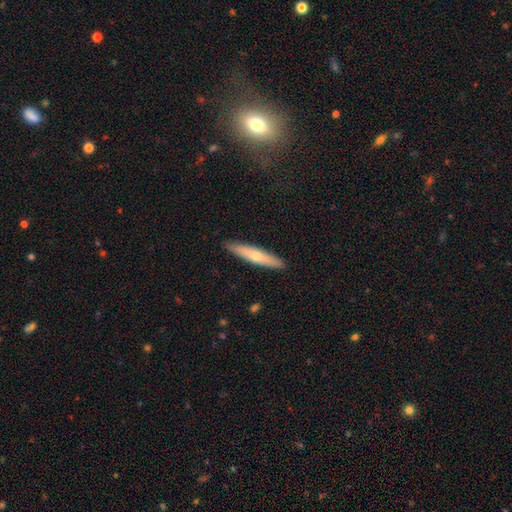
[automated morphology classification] This appears to be a smooth galaxy with no disk features (59%) that is cigar-shaped (89%). Merging: none (90%).